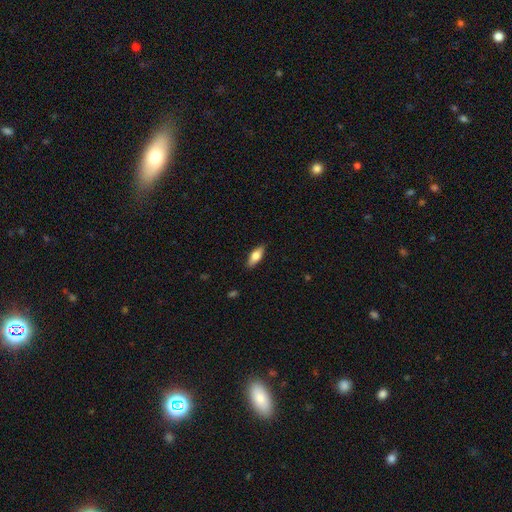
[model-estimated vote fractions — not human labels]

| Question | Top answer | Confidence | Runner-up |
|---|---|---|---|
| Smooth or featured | smooth | 72% | featured or disk (21%) |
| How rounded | in between | 74% | cigar-shaped (23%) |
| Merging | none | 87% | minor disturbance (10%) |